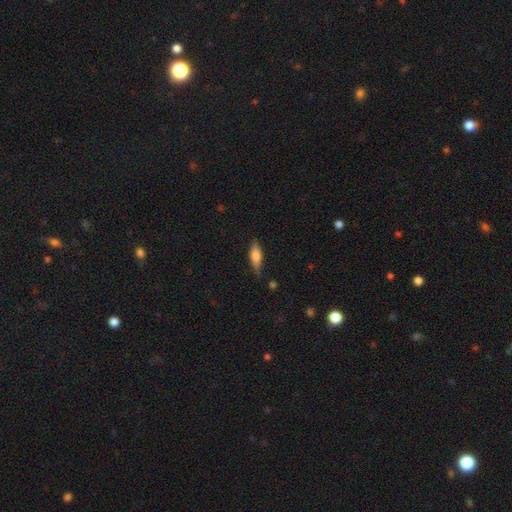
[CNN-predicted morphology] Smooth or featured? smooth (71%)
How rounded? in between (51%)
Merging? none (74%)